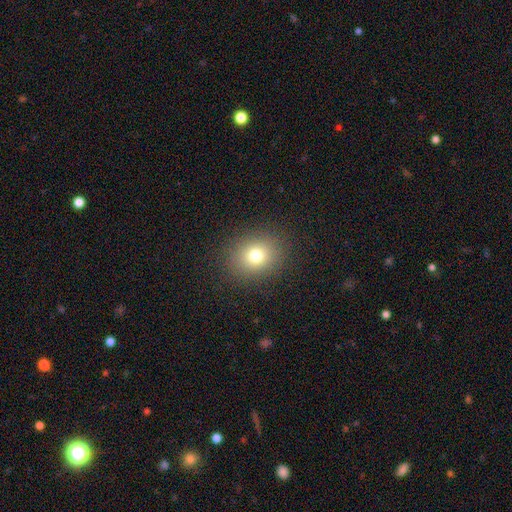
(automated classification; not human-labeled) This appears to be a smooth galaxy with no disk features (76%) that is round (60%). Merging: none (88%).